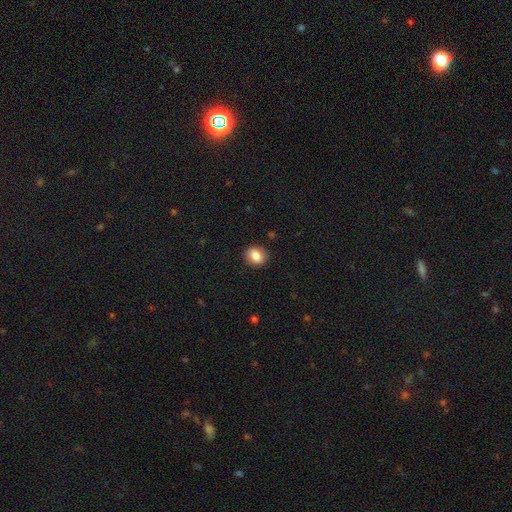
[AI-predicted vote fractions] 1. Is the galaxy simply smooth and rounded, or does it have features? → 83% smooth, 9% featured or disk, 9% star or artifact.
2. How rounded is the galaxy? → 56% round, 43% in between, 1% cigar-shaped.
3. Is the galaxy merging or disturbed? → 89% none, 8% minor disturbance, 2% major disturbance, 1% merger.